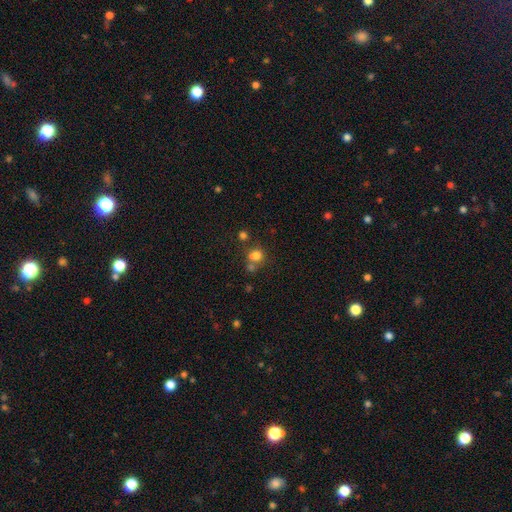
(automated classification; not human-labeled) Smooth or featured: smooth — 76% (star or artifact — 15%)
How rounded: round — 73% (in between — 26%)
Merging: none — 48% (merger — 34%)